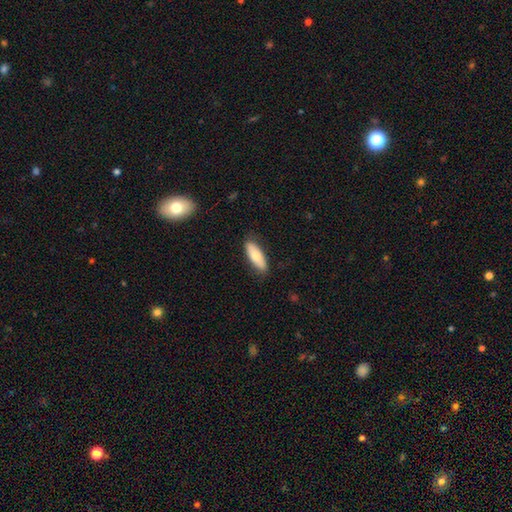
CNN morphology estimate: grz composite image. It shows a smooth galaxy with no disk features (73%) that is in between round and cigar-shaped (66%). Merging: none (83%).